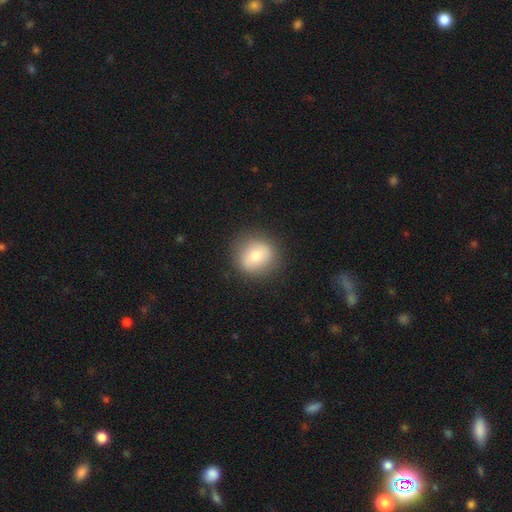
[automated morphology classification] A smooth galaxy with no disk features (71%) that is round (87%).

Vote fractions:
- Smooth or featured? smooth: 71% / featured or disk: 21% / star or artifact: 8%
- How rounded? round: 87% / in between: 12% / cigar-shaped: 1%
- Merging? none: 85% / minor disturbance: 10% / major disturbance: 3% / merger: 1%